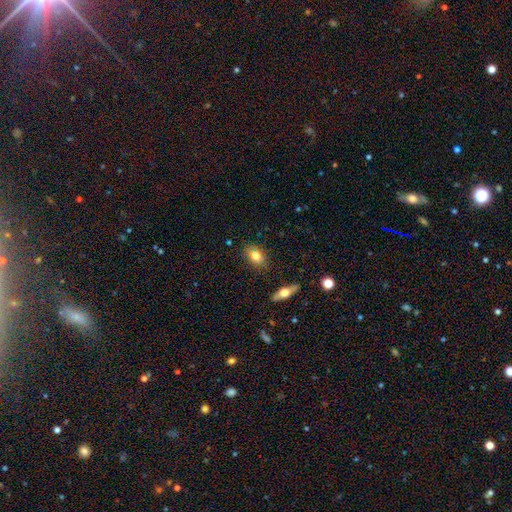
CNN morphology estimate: Smooth or featured?
  - smooth: 77% *
  - featured or disk: 14%
  - star or artifact: 9%
How rounded?
  - in between: 77% *
  - round: 19%
  - cigar-shaped: 4%
Merging?
  - none: 82% *
  - minor disturbance: 13%
  - major disturbance: 3%
  - merger: 2%